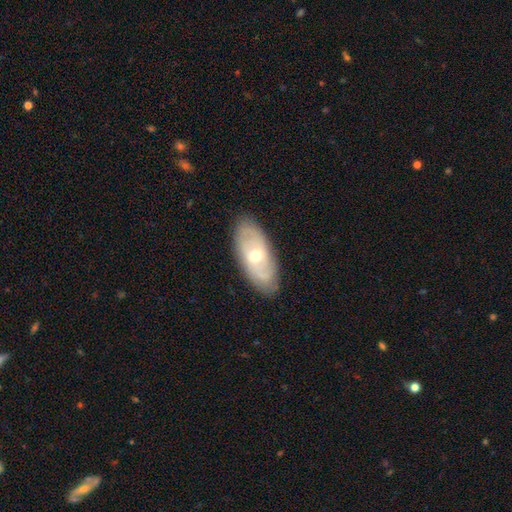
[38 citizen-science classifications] Overall: featured or disk (61%; smooth 34%). Edge-on disk: no (83%). Bar: no (63%; weak 37%). Spiral arms: yes (53%; no 47%). Spiral arm count: can't tell (60%; 2 30%). Spiral winding: tight (50%; medium 30%). Bulge size: moderate (53%; small 32%). Merging: none (67%; minor disturbance 28%).